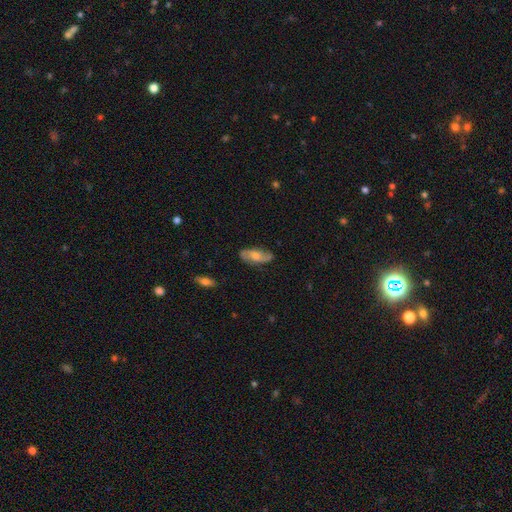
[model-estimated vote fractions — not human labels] featured or disk 57%, smooth 37%, star or artifact 7%. Down the decision tree: edge-on disk — no (90%); bar — no (60%); spiral arms — yes (88%); bulge size — moderate (48%); merging — none (77%).